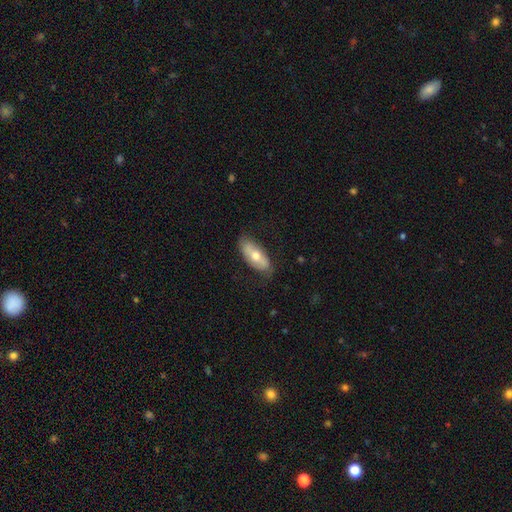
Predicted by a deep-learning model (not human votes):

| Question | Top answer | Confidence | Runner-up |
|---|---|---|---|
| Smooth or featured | smooth | 57% | featured or disk (37%) |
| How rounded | in between | 86% | cigar-shaped (11%) |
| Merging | none | 73% | minor disturbance (20%) |